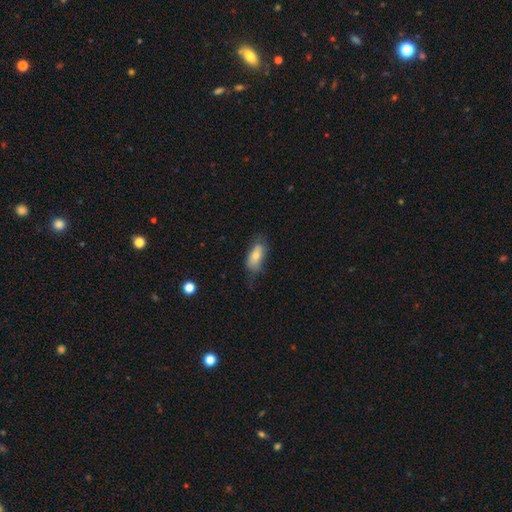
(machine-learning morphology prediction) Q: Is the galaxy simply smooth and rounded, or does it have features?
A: smooth — 75%.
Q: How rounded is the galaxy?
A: in between — 84%.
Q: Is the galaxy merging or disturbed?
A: none — 56%.